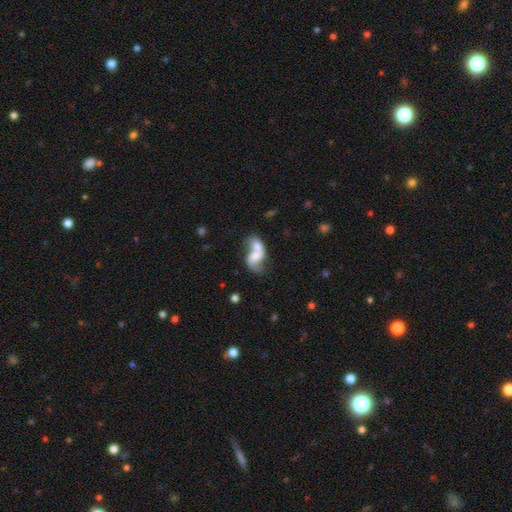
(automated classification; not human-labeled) Smooth or featured: featured or disk — 52% (smooth — 39%)
Edge-on disk: no — 96% (yes — 4%)
Bar: no — 60% (weak — 29%)
Spiral arms: yes — 71% (no — 29%)
Bulge size: moderate — 32% (small — 24%)
Merging: merger — 66% (none — 17%)